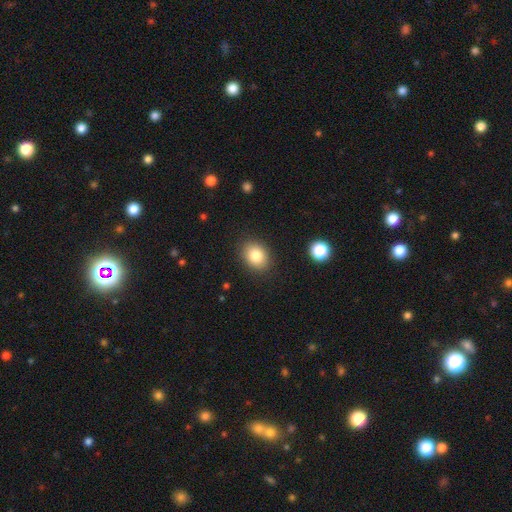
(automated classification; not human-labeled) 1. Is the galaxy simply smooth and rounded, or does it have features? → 83% smooth, 10% star or artifact, 7% featured or disk.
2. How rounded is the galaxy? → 54% in between, 45% round, 1% cigar-shaped.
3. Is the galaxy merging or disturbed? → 88% none, 8% minor disturbance, 3% major disturbance, 1% merger.